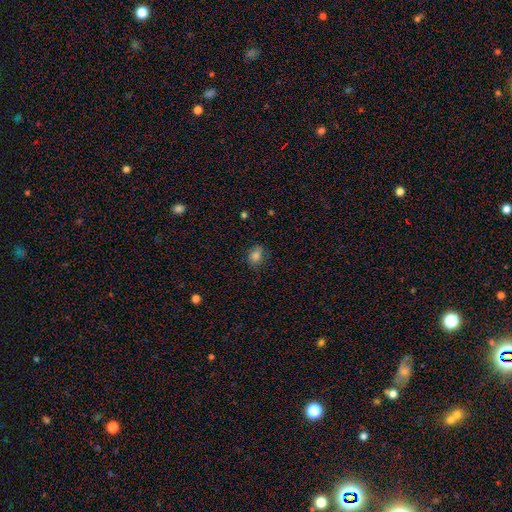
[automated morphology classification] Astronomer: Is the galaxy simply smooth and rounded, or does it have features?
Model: smooth — 79%.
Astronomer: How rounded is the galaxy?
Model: in between — 54% (runner-up: round, 45%).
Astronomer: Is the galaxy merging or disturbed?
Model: none — 72%.